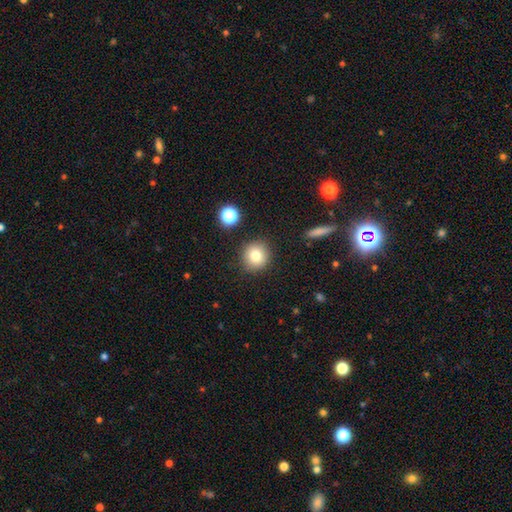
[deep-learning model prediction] Morphology: type=smooth (80%); roundness=round (90%); merging=none (87%).